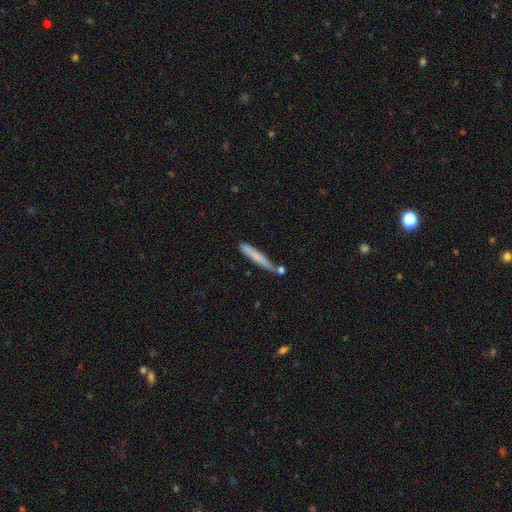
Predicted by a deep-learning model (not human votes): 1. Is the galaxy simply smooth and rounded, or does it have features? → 69% smooth, 25% featured or disk, 7% star or artifact.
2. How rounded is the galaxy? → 95% cigar-shaped, 4% in between, 1% round.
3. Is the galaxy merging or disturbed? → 70% none, 16% minor disturbance, 11% merger, 4% major disturbance.